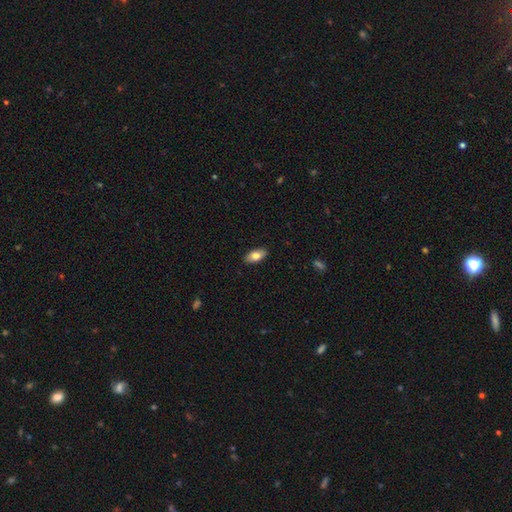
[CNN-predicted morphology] Q: Smooth or featured?
A: smooth (77%); runner-up: featured or disk (17%)
Q: How rounded?
A: in between (90%); runner-up: cigar-shaped (7%)
Q: Merging?
A: none (89%); runner-up: minor disturbance (8%)